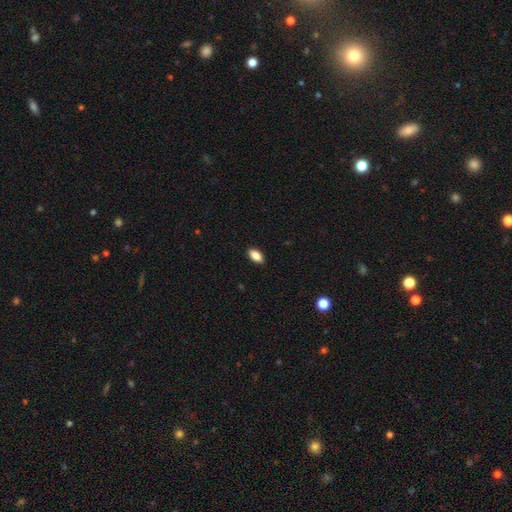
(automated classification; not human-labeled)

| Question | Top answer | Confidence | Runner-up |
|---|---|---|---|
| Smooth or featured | smooth | 88% | star or artifact (7%) |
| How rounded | in between | 91% | cigar-shaped (5%) |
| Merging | none | 89% | minor disturbance (8%) |